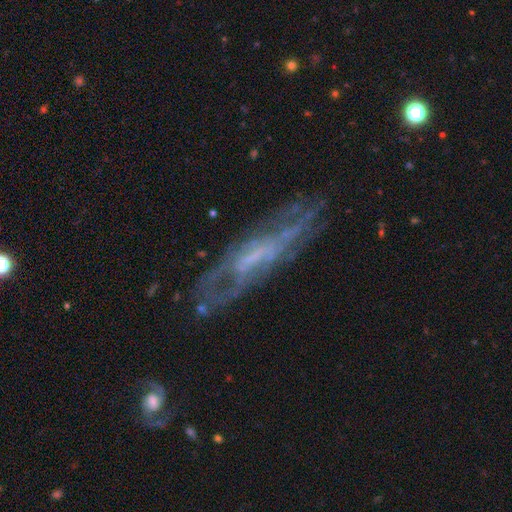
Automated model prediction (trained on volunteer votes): Smooth or featured?
  - featured or disk: 72% *
  - smooth: 18%
  - star or artifact: 10%
Edge-on disk?
  - no: 66% *
  - yes: 34%
Merging?
  - none: 59% *
  - minor disturbance: 22%
  - major disturbance: 16%
  - merger: 3%